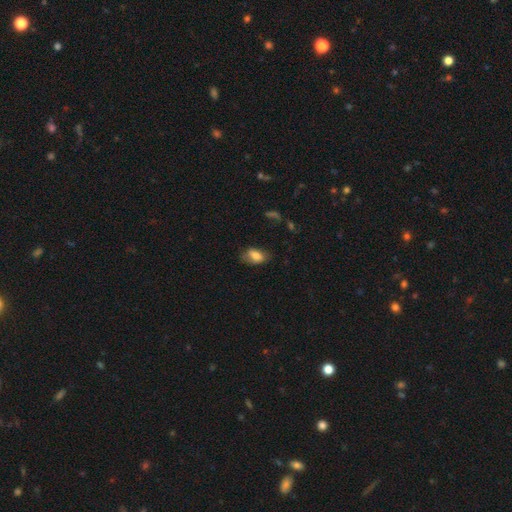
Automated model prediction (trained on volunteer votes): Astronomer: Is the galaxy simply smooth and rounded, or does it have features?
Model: smooth — 76%.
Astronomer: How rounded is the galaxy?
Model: in between — 91%.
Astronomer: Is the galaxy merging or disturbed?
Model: none — 58%.